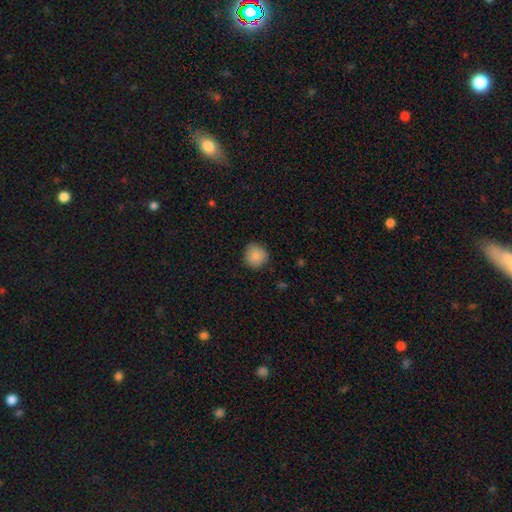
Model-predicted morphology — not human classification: Q: Smooth or featured?
A: smooth (87%); runner-up: star or artifact (8%)
Q: How rounded?
A: round (92%); runner-up: in between (7%)
Q: Merging?
A: none (85%); runner-up: minor disturbance (12%)